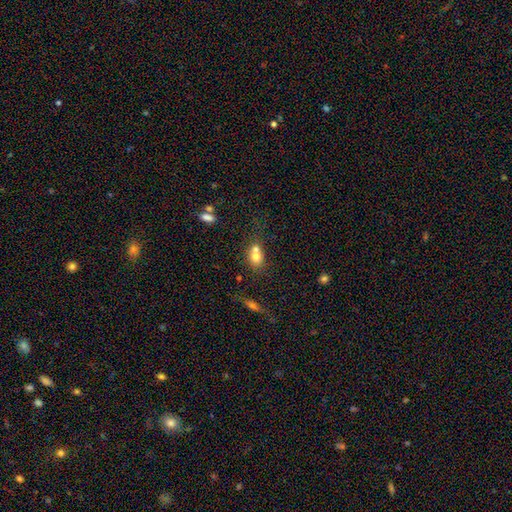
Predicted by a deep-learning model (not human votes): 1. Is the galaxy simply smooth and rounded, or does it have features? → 71% smooth, 17% featured or disk, 12% star or artifact.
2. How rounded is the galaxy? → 60% round, 38% in between, 2% cigar-shaped.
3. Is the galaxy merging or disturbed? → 60% merger, 28% none, 8% minor disturbance, 4% major disturbance.